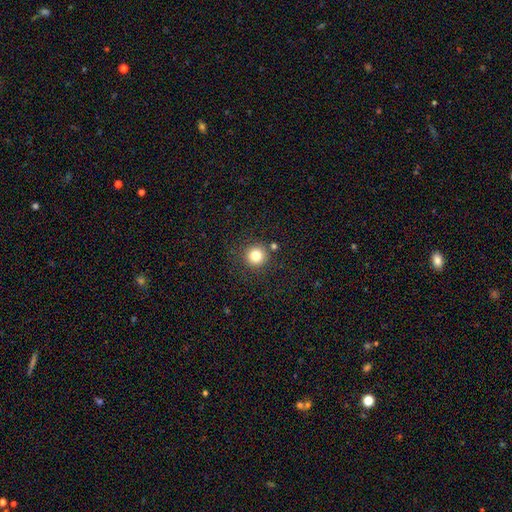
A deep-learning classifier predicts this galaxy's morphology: A smooth galaxy with no disk features (81%) that is round (95%).

Vote fractions:
- Smooth or featured? smooth: 81% / star or artifact: 13% / featured or disk: 6%
- How rounded? round: 95% / in between: 4% / cigar-shaped: 1%
- Merging? none: 86% / minor disturbance: 7% / merger: 5% / major disturbance: 3%